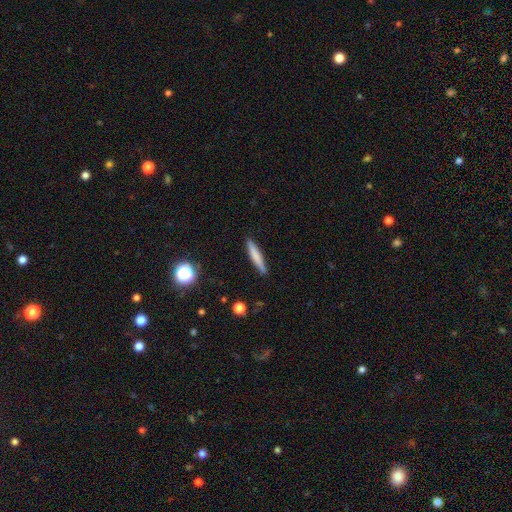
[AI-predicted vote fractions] Smooth or featured: smooth — 72% (featured or disk — 21%)
How rounded: cigar-shaped — 92% (in between — 7%)
Merging: none — 89% (minor disturbance — 8%)